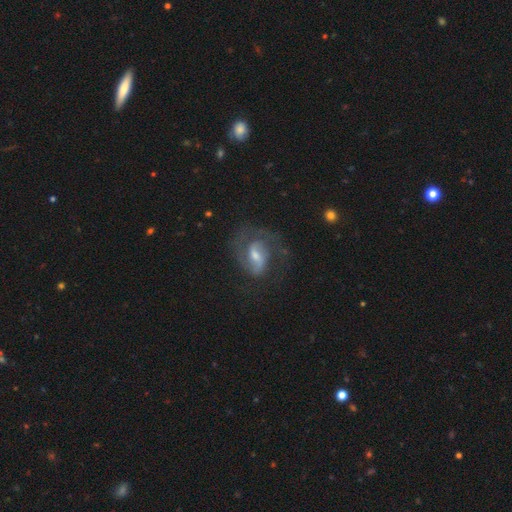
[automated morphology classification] type=featured or disk (81%); edge-on=no (97%); bar=weak (54%); spiral arms=yes (94%); winding=medium (51%); arm count=2 (70%); bulge=moderate (47%); merging=none (59%).